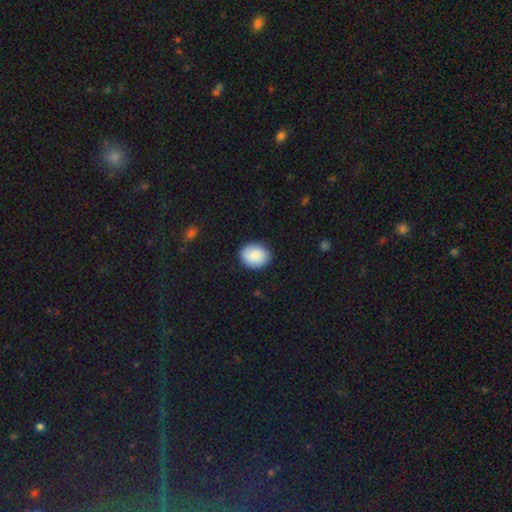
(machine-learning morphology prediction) smooth-or-featured: smooth: 84% | featured or disk: 10% | star or artifact: 7%
  how-rounded: round: 62% | in between: 37% | cigar-shaped: 1%
  merging: none: 87% | minor disturbance: 10% | major disturbance: 2% | merger: 1%